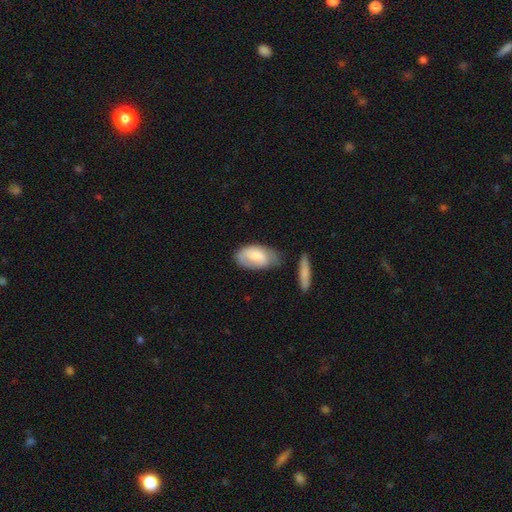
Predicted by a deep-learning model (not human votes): Morphology: type=smooth (68%); roundness=in between (93%); merging=none (48%).